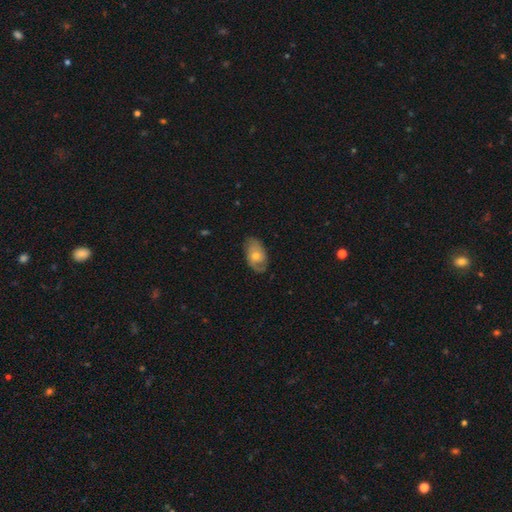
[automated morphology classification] This appears to be a featured or disk galaxy (52%). Merging: none (73%).